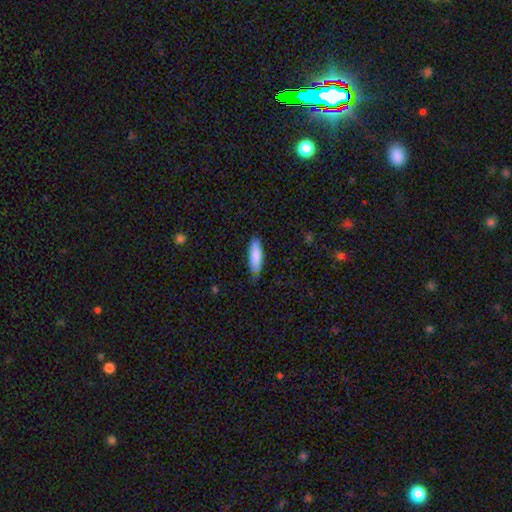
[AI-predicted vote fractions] smooth 86%, featured or disk 8%, star or artifact 5%. Down the decision tree: how rounded — cigar-shaped (53%); merging — none (78%).